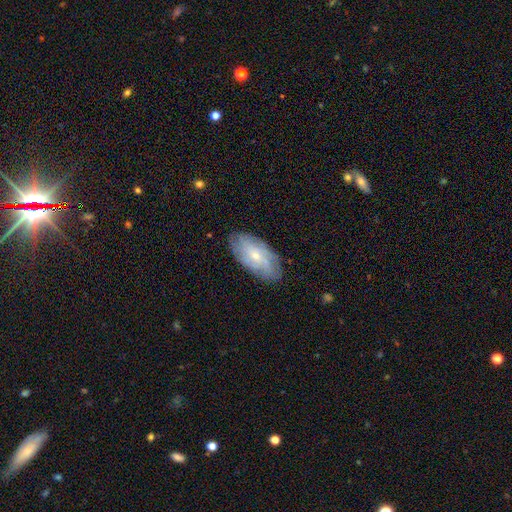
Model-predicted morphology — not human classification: Smooth or featured: featured or disk — 63% (smooth — 30%)
Edge-on disk: no — 90% (yes — 10%)
Bar: no — 67% (weak — 28%)
Spiral arms: yes — 83% (no — 17%)
Bulge size: small — 67% (moderate — 29%)
Merging: none — 81% (minor disturbance — 15%)